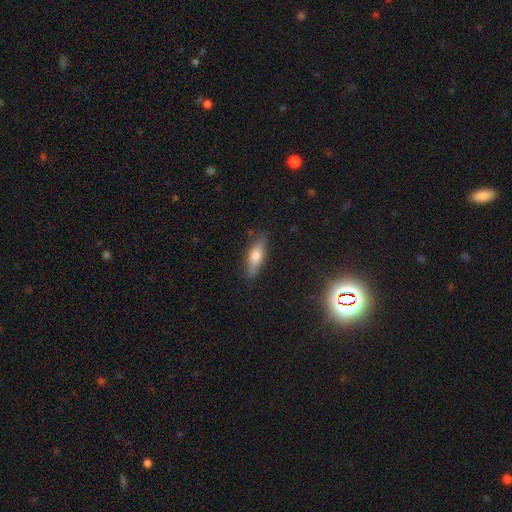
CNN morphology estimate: Smooth or featured? Predicted: smooth (p=0.64). How rounded? Predicted: cigar-shaped (p=0.52). Merging? Predicted: none (p=0.84).